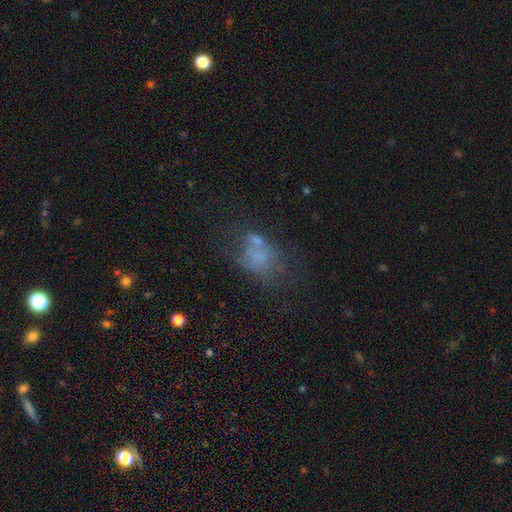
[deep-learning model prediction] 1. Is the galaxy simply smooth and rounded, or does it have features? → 49% smooth, 30% featured or disk, 21% star or artifact.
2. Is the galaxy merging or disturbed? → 40% none, 25% major disturbance, 20% minor disturbance, 14% merger.